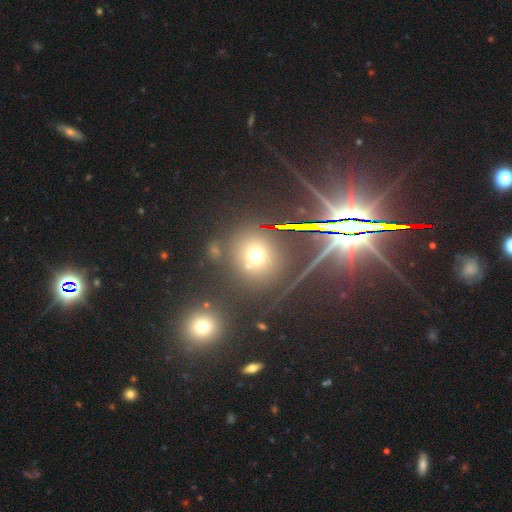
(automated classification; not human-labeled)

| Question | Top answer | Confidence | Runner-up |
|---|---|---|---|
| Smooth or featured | smooth | 59% | star or artifact (30%) |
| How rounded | round | 84% | in between (14%) |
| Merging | none | 77% | minor disturbance (10%) |